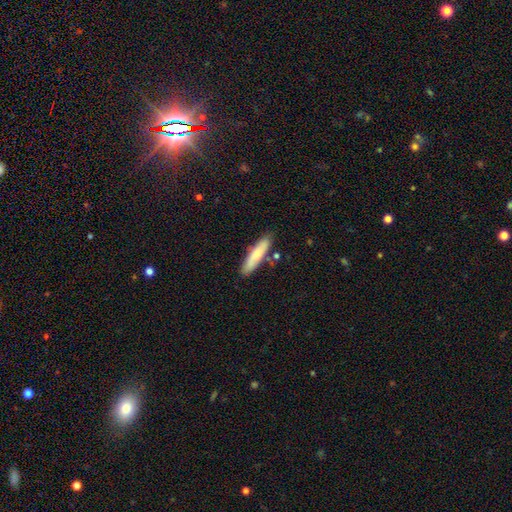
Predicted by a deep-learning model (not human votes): Smooth or featured? Predicted: smooth (p=0.75). How rounded? Predicted: cigar-shaped (p=0.77). Merging? Predicted: none (p=0.80).